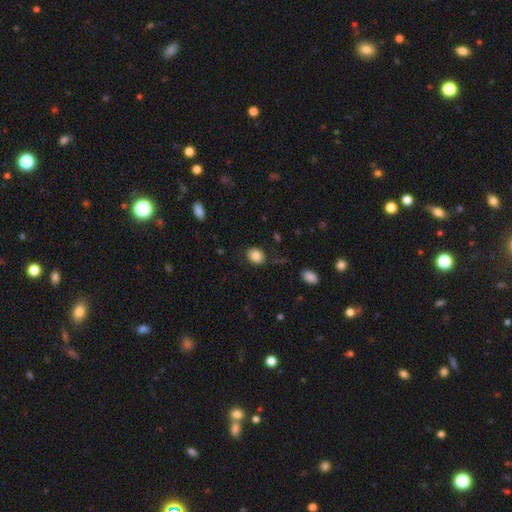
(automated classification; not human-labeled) smooth_or_featured: smooth (p=0.83) [alt: star or artifact p=0.09]
how_rounded: round (p=0.52) [alt: in between p=0.47]
merging: none (p=0.81) [alt: minor disturbance p=0.13]